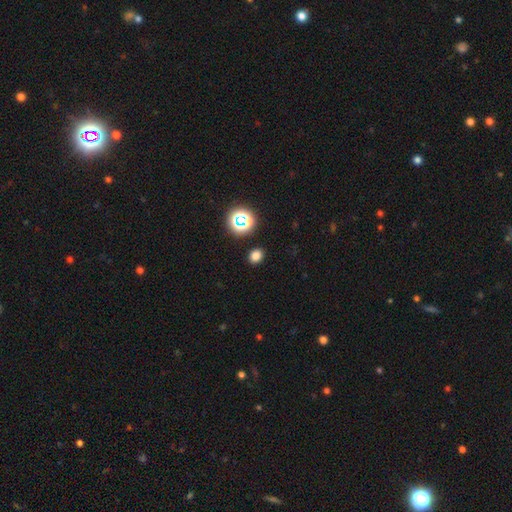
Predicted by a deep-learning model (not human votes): Smooth or featured?
  - smooth: 76% *
  - star or artifact: 19%
  - featured or disk: 5%
How rounded?
  - in between: 51% *
  - round: 48%
  - cigar-shaped: 1%
Merging?
  - none: 89% *
  - minor disturbance: 7%
  - major disturbance: 2%
  - merger: 2%